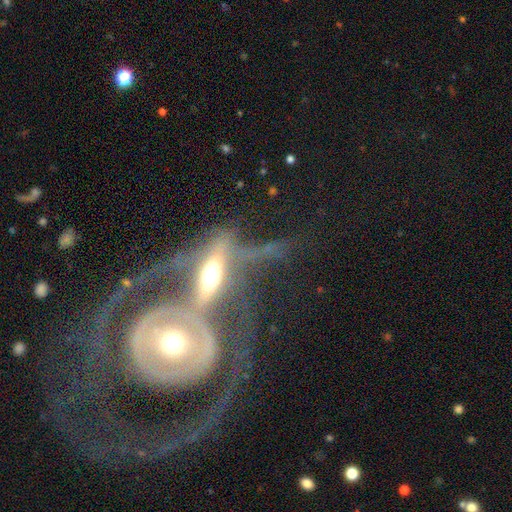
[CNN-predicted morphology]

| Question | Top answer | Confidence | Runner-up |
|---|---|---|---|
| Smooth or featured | featured or disk | 79% | smooth (14%) |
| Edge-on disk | no | 73% | yes (27%) |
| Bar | no | 68% | weak (18%) |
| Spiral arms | yes | 54% | no (46%) |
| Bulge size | moderate | 66% | small (15%) |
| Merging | merger | 62% | none (15%) |